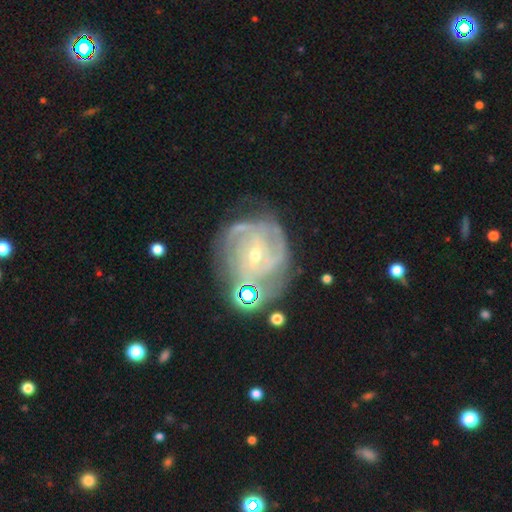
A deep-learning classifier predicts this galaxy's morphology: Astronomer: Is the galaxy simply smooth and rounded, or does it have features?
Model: featured or disk — 82%.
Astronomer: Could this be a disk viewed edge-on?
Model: no — 97%.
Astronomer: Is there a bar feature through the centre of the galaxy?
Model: no — 52% (runner-up: weak, 37%).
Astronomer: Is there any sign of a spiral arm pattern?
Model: yes — 90%.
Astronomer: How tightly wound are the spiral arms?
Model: tight — 58%.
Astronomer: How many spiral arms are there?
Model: can't tell — 36% (runner-up: 3, 22%).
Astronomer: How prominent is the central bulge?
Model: small — 70%.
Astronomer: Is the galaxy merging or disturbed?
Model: none — 58%.